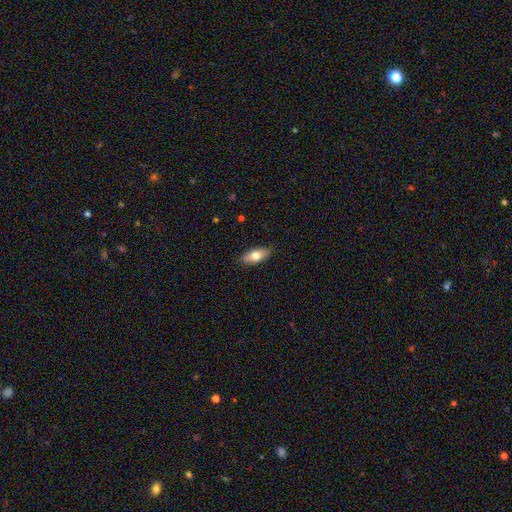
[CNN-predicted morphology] Q: Smooth or featured?
A: smooth (73%); runner-up: featured or disk (21%)
Q: How rounded?
A: in between (83%); runner-up: cigar-shaped (14%)
Q: Merging?
A: none (88%); runner-up: minor disturbance (10%)